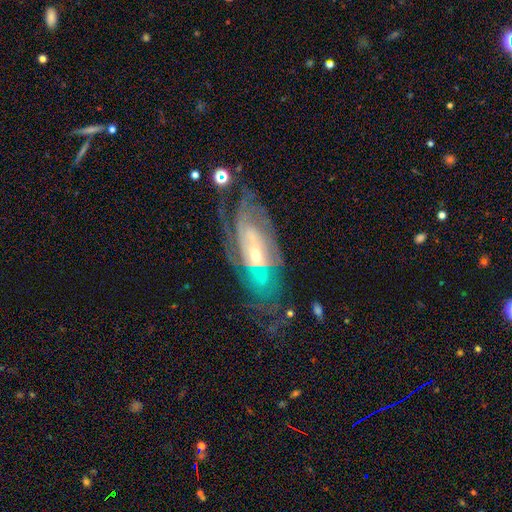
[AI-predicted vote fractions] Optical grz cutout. It shows a featured or disk galaxy (82%) with no bar (52%), tight (60%) spiral arms (90%) and a small central bulge (55%). Merging: none (63%).